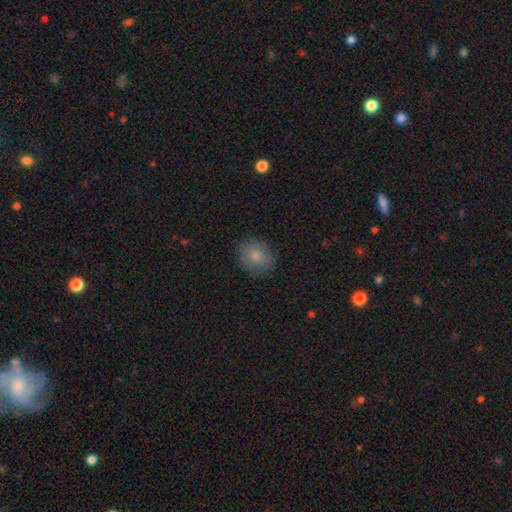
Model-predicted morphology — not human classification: smooth_or_featured: smooth (p=0.80) [alt: featured or disk p=0.11]
how_rounded: round (p=0.68) [alt: in between p=0.31]
merging: none (p=0.85) [alt: minor disturbance p=0.11]